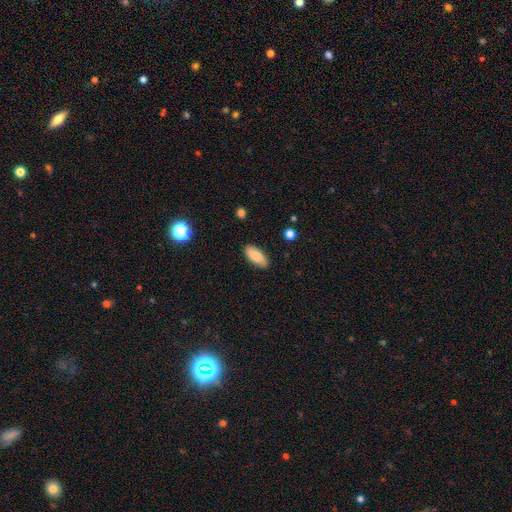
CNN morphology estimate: Q: Smooth or featured?
A: smooth (82%); runner-up: featured or disk (11%)
Q: How rounded?
A: in between (87%); runner-up: cigar-shaped (10%)
Q: Merging?
A: none (86%); runner-up: minor disturbance (11%)